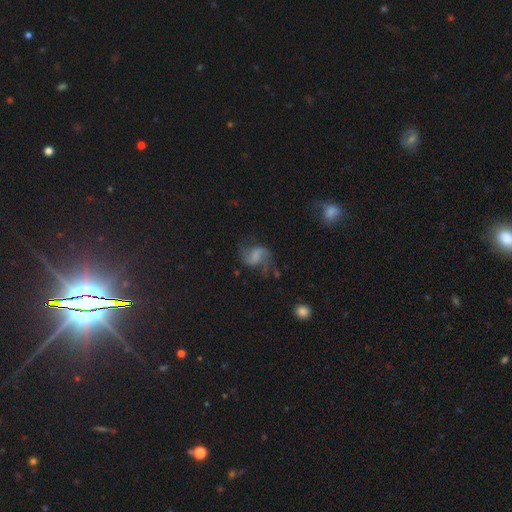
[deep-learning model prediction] Smooth or featured?
  - featured or disk: 73% *
  - smooth: 18%
  - star or artifact: 9%
Edge-on disk?
  - no: 98% *
  - yes: 2%
Bar?
  - weak: 47% *
  - no: 36%
  - strong: 17%
Spiral arms?
  - yes: 94% *
  - no: 6%
Spiral winding?
  - loose: 58% *
  - medium: 35%
  - tight: 7%
Spiral arm count?
  - 2: 89% *
  - 1: 4%
  - can't tell: 3%
  - 3: 1%
  - 4: 1%
  - more than 4: 1%
Bulge size?
  - none: 53% *
  - small: 21%
  - moderate: 15%
  - large: 8%
  - dominant: 2%
Merging?
  - none: 61% *
  - minor disturbance: 20%
  - major disturbance: 16%
  - merger: 3%